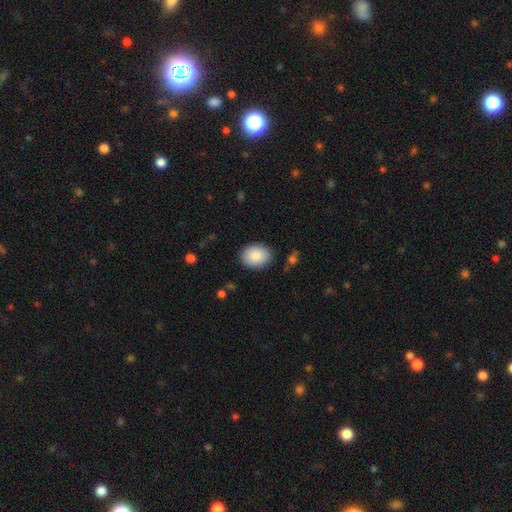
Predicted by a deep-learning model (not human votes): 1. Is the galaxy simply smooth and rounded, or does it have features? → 86% smooth, 7% featured or disk, 7% star or artifact.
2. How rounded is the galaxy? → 66% in between, 33% round, 1% cigar-shaped.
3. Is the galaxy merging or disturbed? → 88% none, 9% minor disturbance, 2% major disturbance, 1% merger.